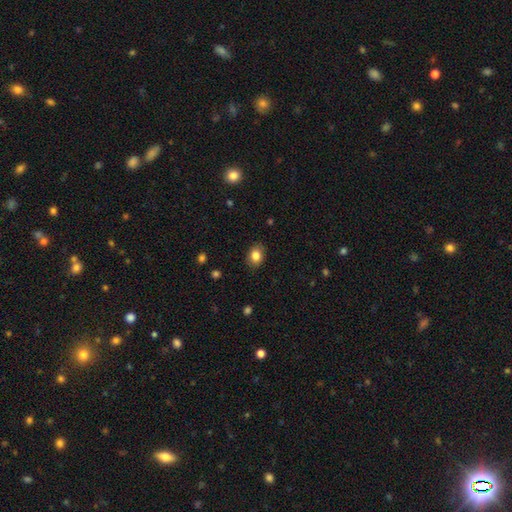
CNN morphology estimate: A smooth galaxy with no disk features (84%) that is in between round and cigar-shaped (64%).

Vote fractions:
- Smooth or featured? smooth: 84% / star or artifact: 9% / featured or disk: 7%
- How rounded? in between: 64% / round: 35% / cigar-shaped: 1%
- Merging? none: 85% / minor disturbance: 11% / major disturbance: 3% / merger: 1%